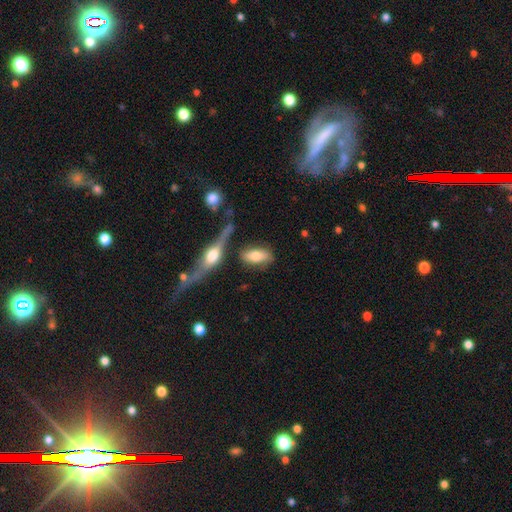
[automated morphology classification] smooth 67%, featured or disk 26%, star or artifact 7%. Down the decision tree: how rounded — in between (85%); merging — none (67%).